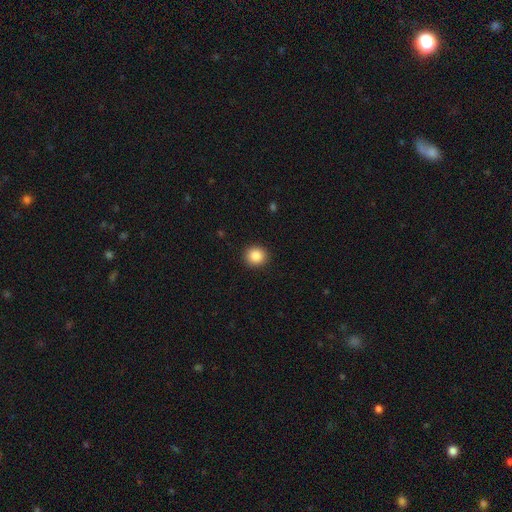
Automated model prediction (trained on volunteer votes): Smooth or featured? smooth (87%)
How rounded? round (86%)
Merging? none (91%)